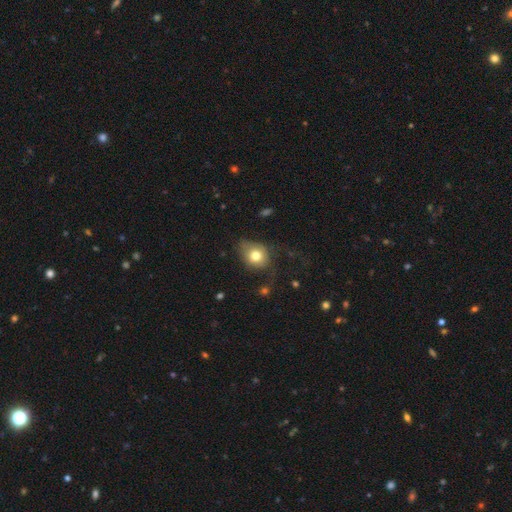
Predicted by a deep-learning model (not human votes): smooth-or-featured: smooth: 76% | featured or disk: 14% | star or artifact: 10%
  how-rounded: round: 55% | in between: 44% | cigar-shaped: 1%
  merging: none: 50% | minor disturbance: 30% | major disturbance: 18% | merger: 2%